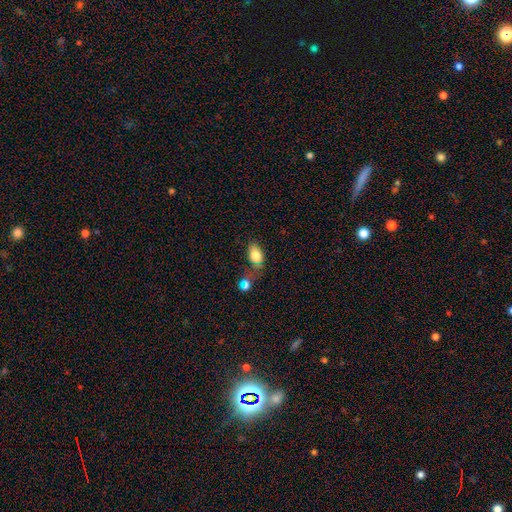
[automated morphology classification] smooth 79%, featured or disk 11%, star or artifact 10%. Down the decision tree: how rounded — in between (85%); merging — none (48%).